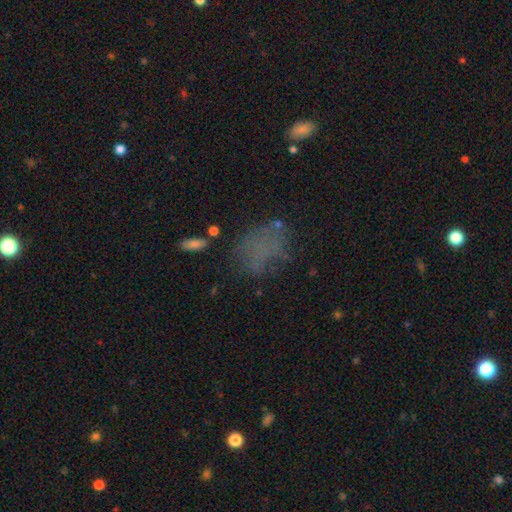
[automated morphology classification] smooth_or_featured: smooth (p=0.53) [alt: featured or disk p=0.26]
how_rounded: in between (p=0.70) [alt: round p=0.28]
merging: none (p=0.51) [alt: major disturbance p=0.22]